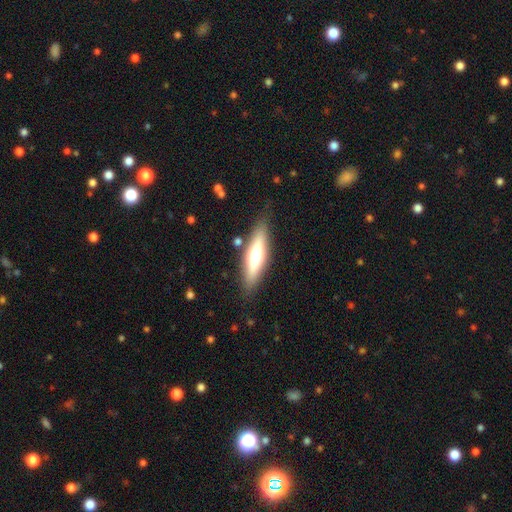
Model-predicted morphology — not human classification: A smooth galaxy with no disk features (50%). Merging: none (82%).